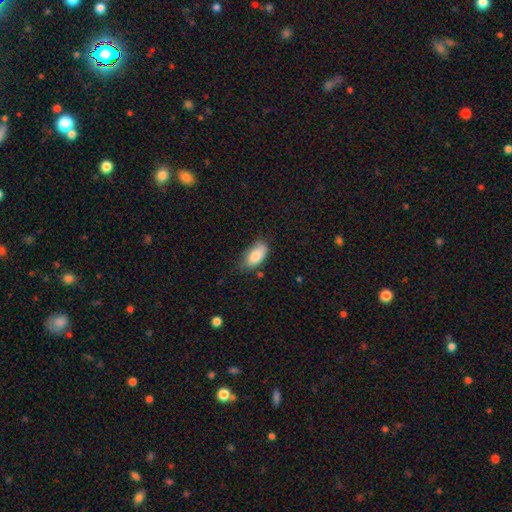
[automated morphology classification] Q: Smooth or featured?
A: smooth (82%); runner-up: featured or disk (11%)
Q: How rounded?
A: in between (92%); runner-up: cigar-shaped (5%)
Q: Merging?
A: none (63%); runner-up: minor disturbance (29%)